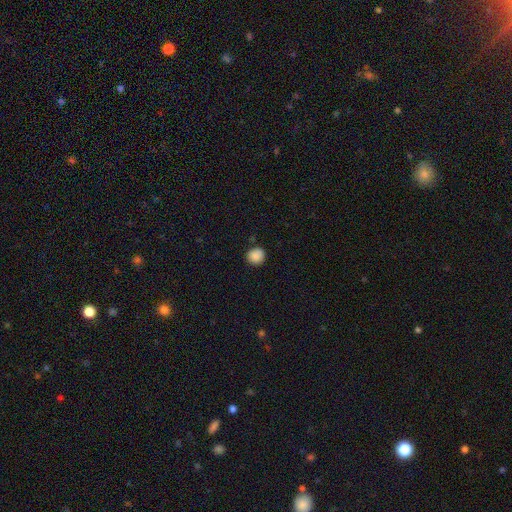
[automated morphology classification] Smooth or featured: smooth — 88% (star or artifact — 9%)
How rounded: round — 92% (in between — 8%)
Merging: none — 87% (minor disturbance — 9%)